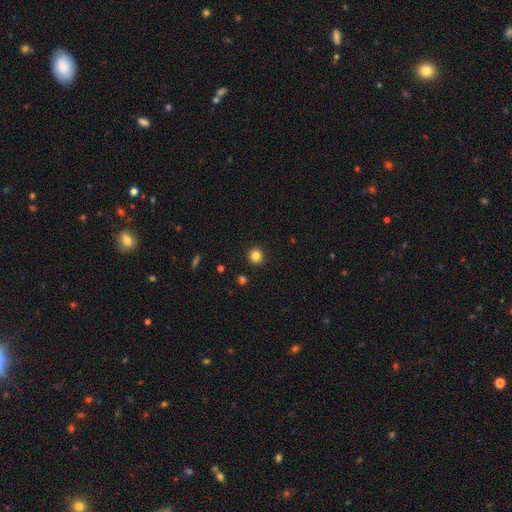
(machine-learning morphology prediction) Smooth or featured?
  - smooth: 84% *
  - star or artifact: 12%
  - featured or disk: 4%
How rounded?
  - round: 94% *
  - in between: 5%
  - cigar-shaped: 1%
Merging?
  - none: 92% *
  - minor disturbance: 5%
  - major disturbance: 2%
  - merger: 1%